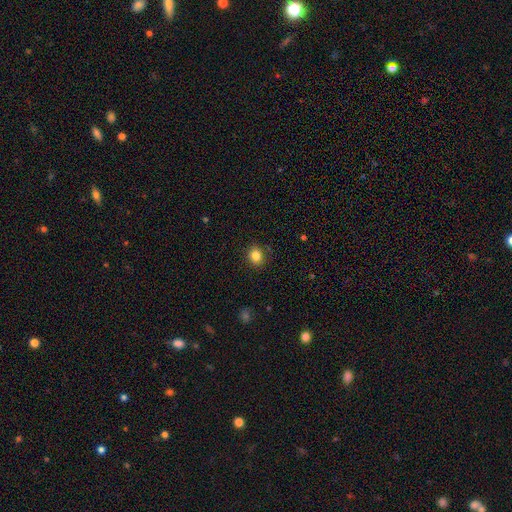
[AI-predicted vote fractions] Smooth or featured: smooth — 83% (star or artifact — 11%)
How rounded: round — 77% (in between — 22%)
Merging: none — 87% (minor disturbance — 10%)